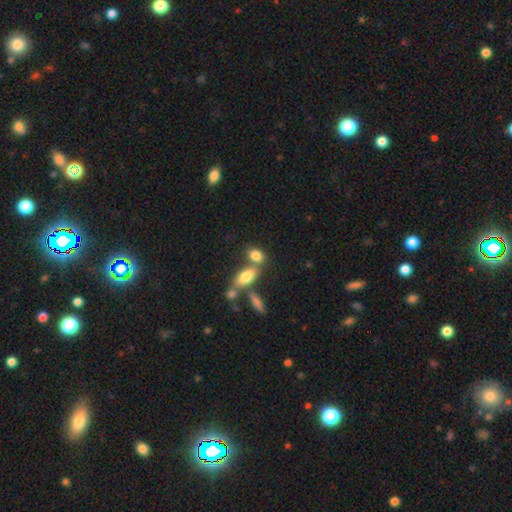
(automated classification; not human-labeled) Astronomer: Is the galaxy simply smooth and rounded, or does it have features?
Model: smooth — 79%.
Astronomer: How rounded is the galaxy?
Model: in between — 81%.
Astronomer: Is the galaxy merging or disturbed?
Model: merger — 43% (runner-up: none, 42%).